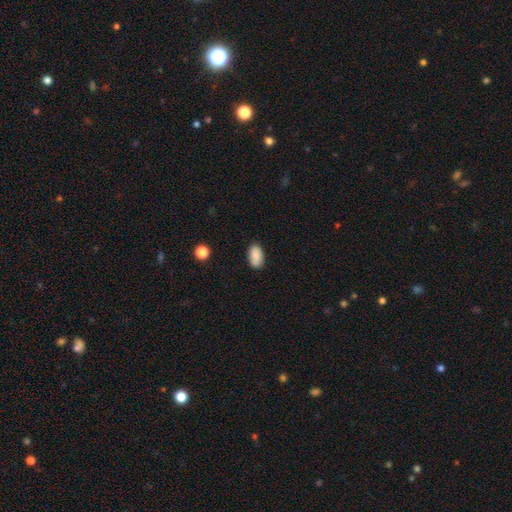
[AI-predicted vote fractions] Morphology: type=smooth (88%); roundness=in between (93%); merging=none (83%).